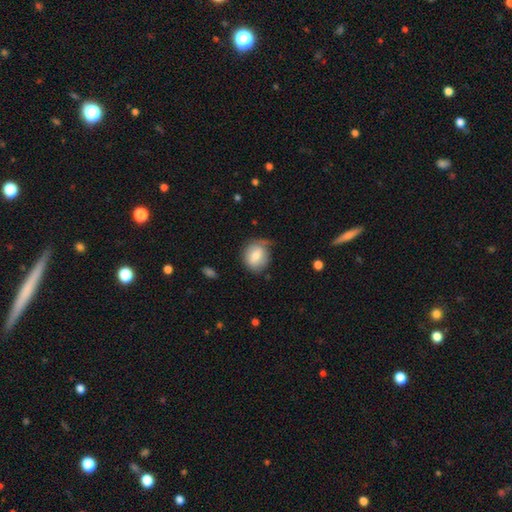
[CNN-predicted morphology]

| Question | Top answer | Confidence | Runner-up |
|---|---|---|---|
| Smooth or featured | smooth | 75% | featured or disk (18%) |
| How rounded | round | 65% | in between (34%) |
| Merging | none | 58% | minor disturbance (31%) |